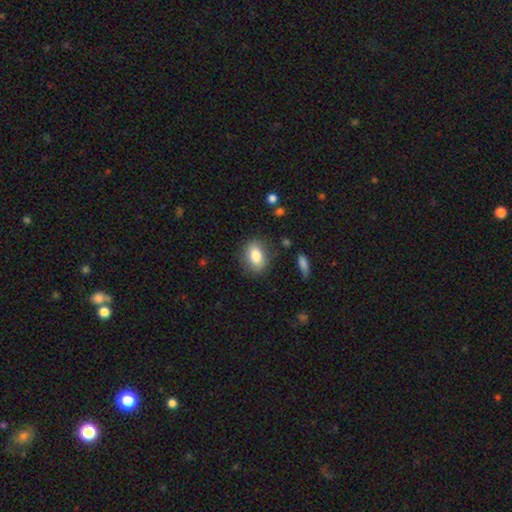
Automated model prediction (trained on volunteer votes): A smooth galaxy with no disk features (83%) that is in between round and cigar-shaped (76%).

Vote fractions:
- Smooth or featured? smooth: 83% / featured or disk: 9% / star or artifact: 8%
- How rounded? in between: 76% / round: 22% / cigar-shaped: 2%
- Merging? none: 80% / minor disturbance: 14% / major disturbance: 4% / merger: 2%